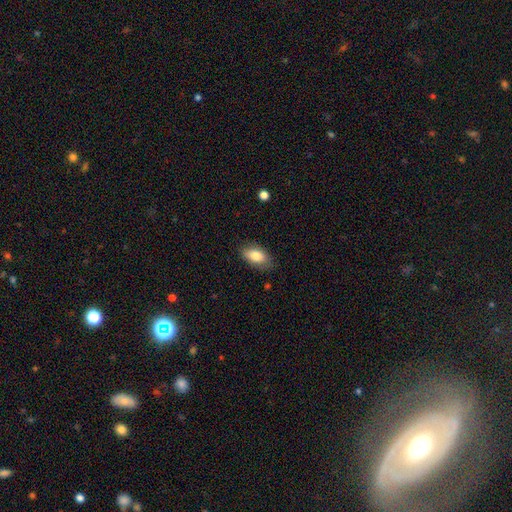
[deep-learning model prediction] smooth-or-featured: smooth: 82% | featured or disk: 11% | star or artifact: 7%
  how-rounded: in between: 91% | round: 5% | cigar-shaped: 4%
  merging: none: 81% | minor disturbance: 15% | major disturbance: 3% | merger: 1%